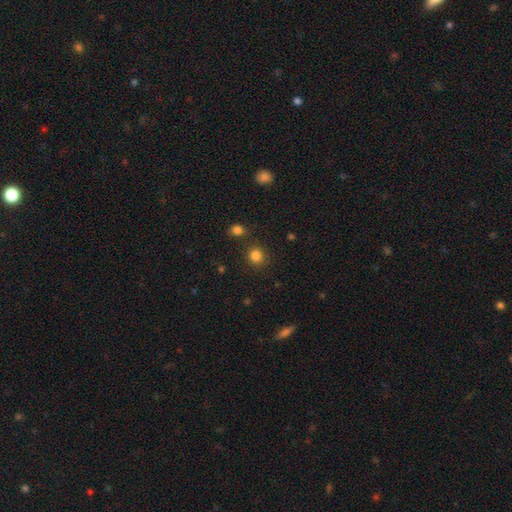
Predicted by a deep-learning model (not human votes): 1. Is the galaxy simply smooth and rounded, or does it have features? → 83% smooth, 13% star or artifact, 4% featured or disk.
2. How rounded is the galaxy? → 87% round, 12% in between, 1% cigar-shaped.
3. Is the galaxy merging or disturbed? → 83% none, 8% minor disturbance, 5% merger, 3% major disturbance.